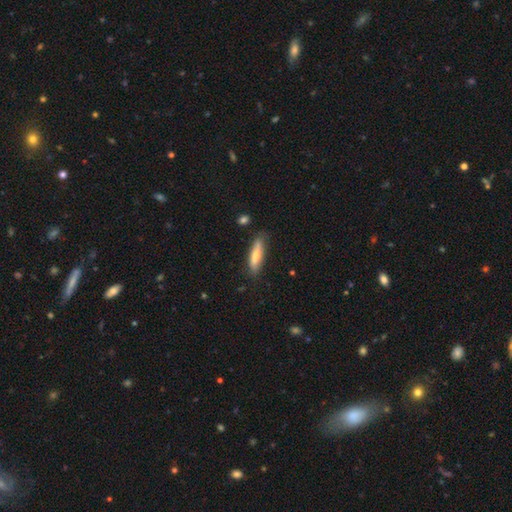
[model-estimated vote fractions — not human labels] Smooth or featured: smooth — 63% (featured or disk — 31%)
How rounded: cigar-shaped — 72% (in between — 27%)
Merging: none — 77% (minor disturbance — 17%)